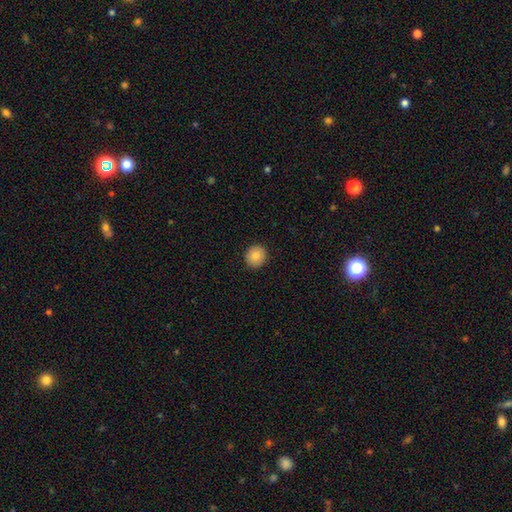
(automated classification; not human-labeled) Morphology: type=smooth (85%); roundness=round (87%); merging=none (92%).